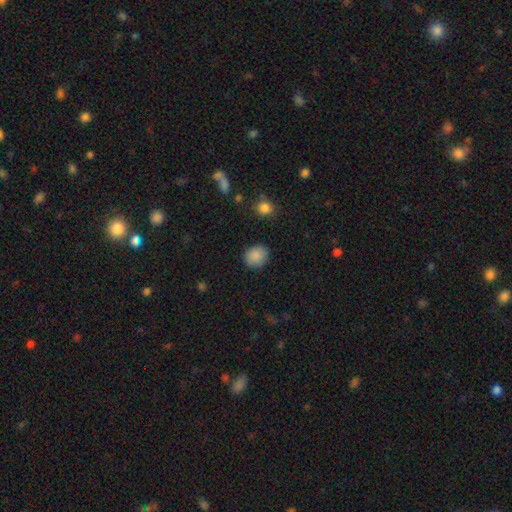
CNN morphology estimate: smooth-or-featured: smooth: 88% | star or artifact: 8% | featured or disk: 4%
  how-rounded: round: 75% | in between: 24% | cigar-shaped: 1%
  merging: none: 87% | minor disturbance: 9% | major disturbance: 3% | merger: 1%